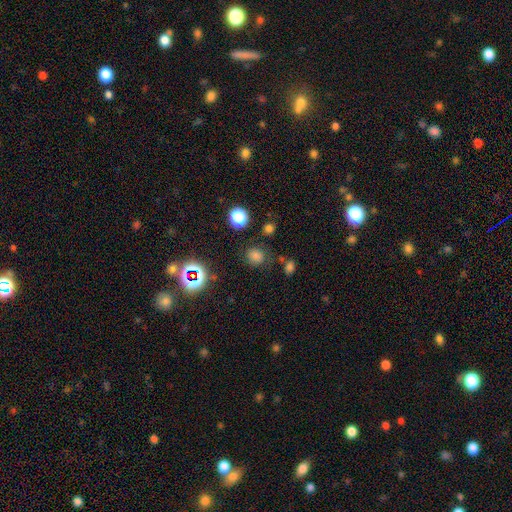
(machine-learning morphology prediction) This is likely a smooth galaxy (70%). How rounded: likely round (78%). Merging: likely none (76%).